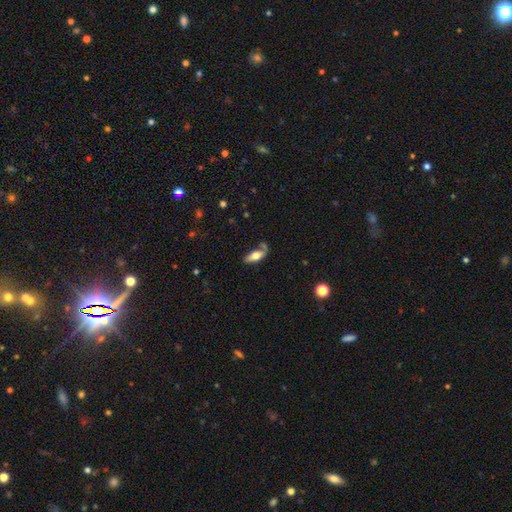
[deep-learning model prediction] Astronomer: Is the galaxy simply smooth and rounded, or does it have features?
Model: smooth — 61%.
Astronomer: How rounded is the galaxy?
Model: in between — 76%.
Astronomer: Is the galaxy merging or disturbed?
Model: none — 54%.